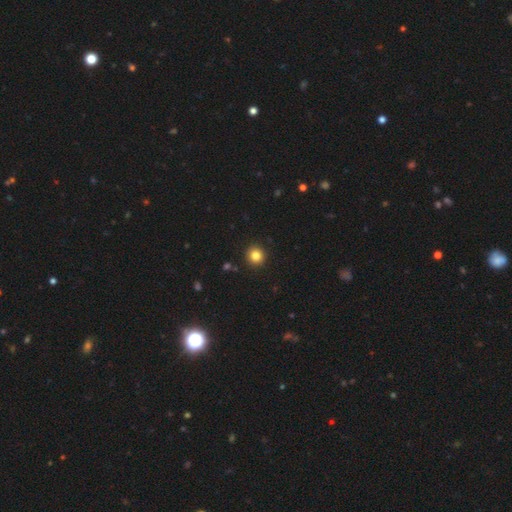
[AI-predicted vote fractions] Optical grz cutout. It shows a smooth galaxy with no disk features (83%) that is round (92%). Merging: none (92%).